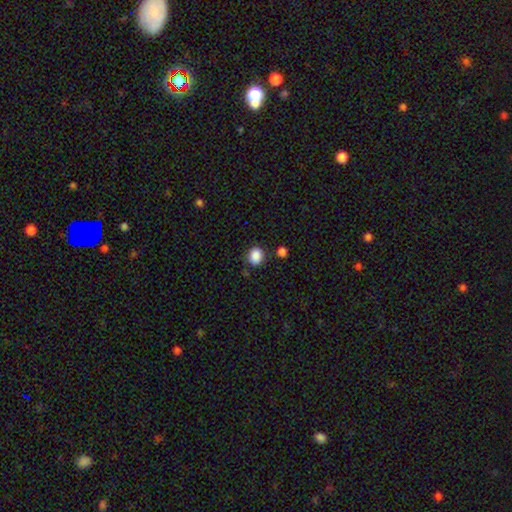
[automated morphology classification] smooth 88%, star or artifact 9%, featured or disk 3%. Down the decision tree: how rounded — round (56%); merging — none (80%).